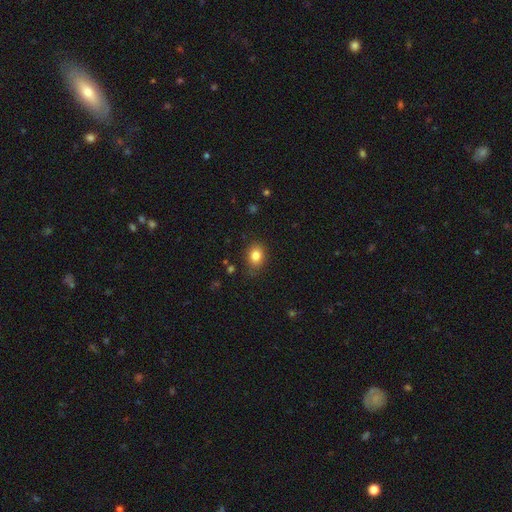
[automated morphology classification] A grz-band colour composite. It shows a smooth galaxy with no disk features (83%) that is in between round and cigar-shaped (53%). Merging: none (83%).